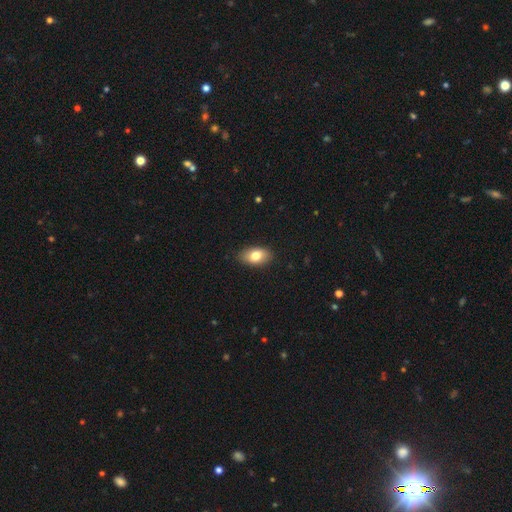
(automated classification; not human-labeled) Q: Smooth or featured?
A: smooth (79%); runner-up: featured or disk (14%)
Q: How rounded?
A: in between (90%); runner-up: round (7%)
Q: Merging?
A: none (86%); runner-up: minor disturbance (11%)